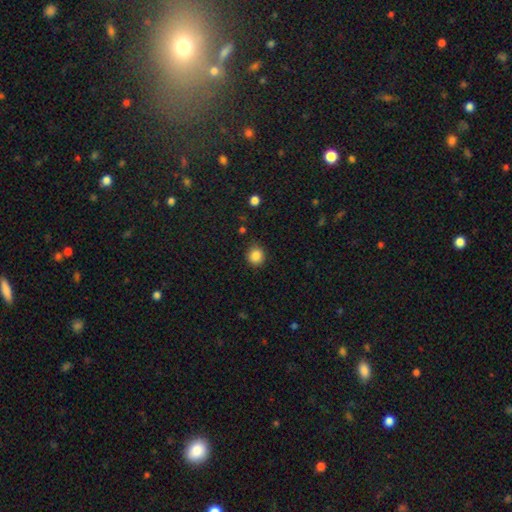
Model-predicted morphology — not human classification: Smooth or featured?
  - smooth: 86% *
  - star or artifact: 11%
  - featured or disk: 4%
How rounded?
  - round: 89% *
  - in between: 10%
  - cigar-shaped: 1%
Merging?
  - none: 86% *
  - minor disturbance: 10%
  - major disturbance: 3%
  - merger: 2%